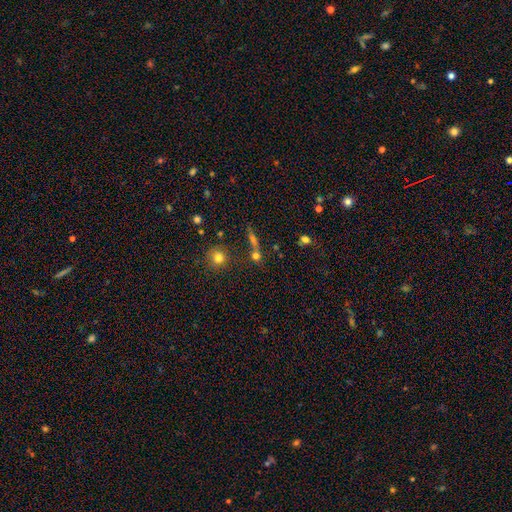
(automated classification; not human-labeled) Q: Smooth or featured?
A: smooth (66%); runner-up: star or artifact (19%)
Q: How rounded?
A: round (74%); runner-up: in between (17%)
Q: Merging?
A: none (55%); runner-up: merger (32%)